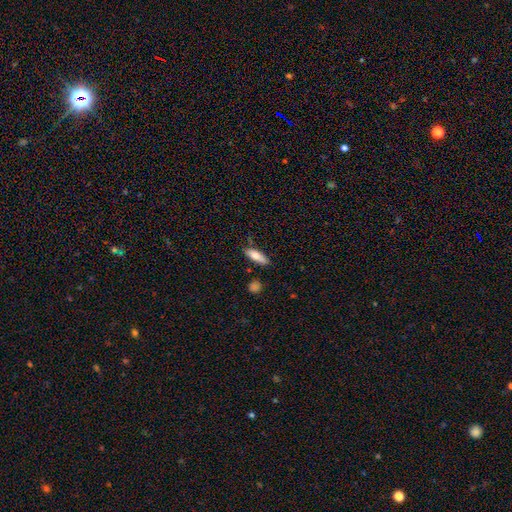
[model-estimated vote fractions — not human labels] Smooth or featured? smooth (75%)
How rounded? in between (55%)
Merging? none (79%)